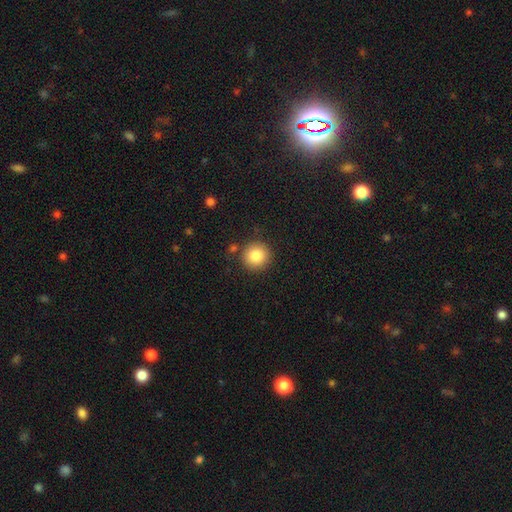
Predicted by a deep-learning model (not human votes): Overall: smooth (84%). How rounded: round (94%). Merging: none (86%).